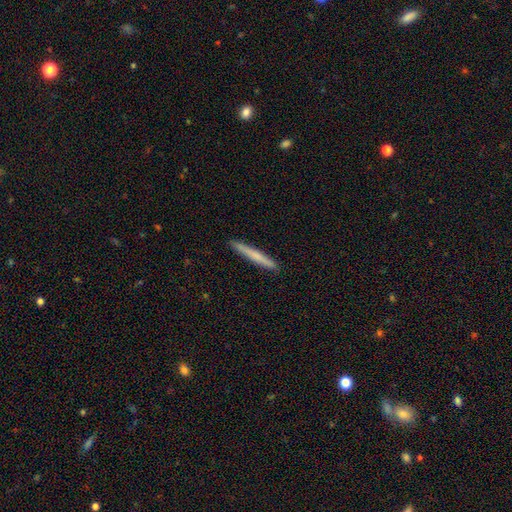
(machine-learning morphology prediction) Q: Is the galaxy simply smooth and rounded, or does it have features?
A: smooth — 63%.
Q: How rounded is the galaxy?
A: cigar-shaped — 97%.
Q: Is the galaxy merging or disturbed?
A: none — 92%.